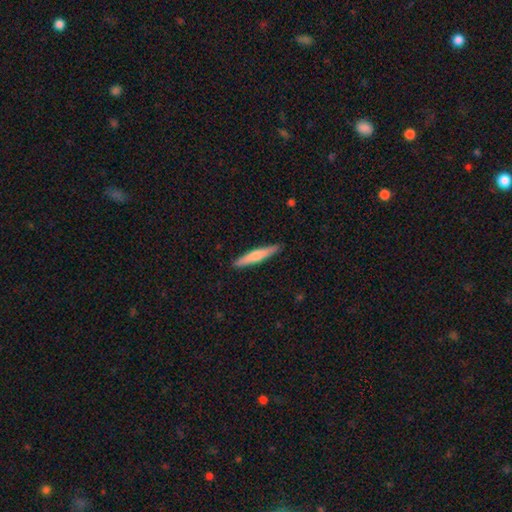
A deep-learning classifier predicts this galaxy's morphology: Q: Smooth or featured?
A: smooth (61%); runner-up: featured or disk (34%)
Q: How rounded?
A: cigar-shaped (93%); runner-up: in between (6%)
Q: Merging?
A: none (90%); runner-up: minor disturbance (7%)